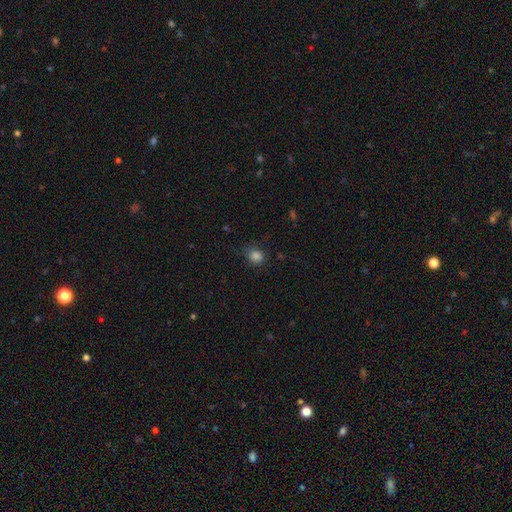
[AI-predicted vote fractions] A smooth galaxy with no disk features (82%) that is round (68%).

Vote fractions:
- Smooth or featured? smooth: 82% / star or artifact: 13% / featured or disk: 4%
- How rounded? round: 68% / in between: 31% / cigar-shaped: 1%
- Merging? none: 77% / minor disturbance: 17% / major disturbance: 5% / merger: 1%